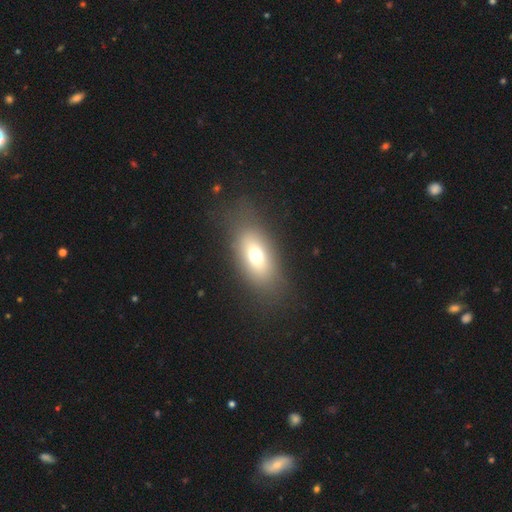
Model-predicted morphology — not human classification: A smooth galaxy with no disk features (68%) that is in between round and cigar-shaped (83%). Merging: none (74%).